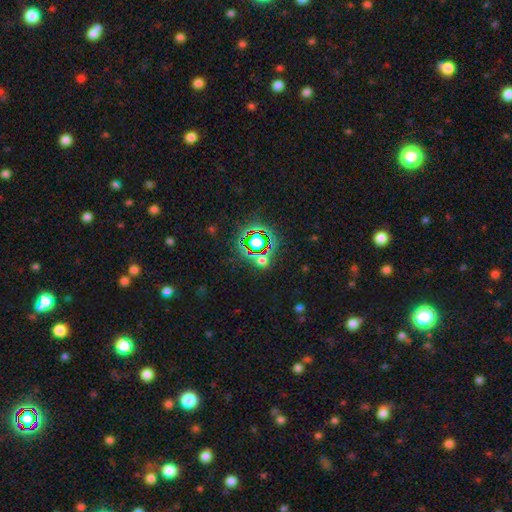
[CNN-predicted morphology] Smooth or featured: star or artifact — 77% (smooth — 15%)